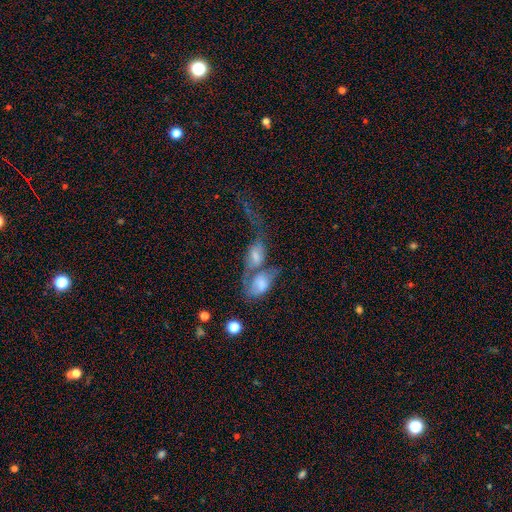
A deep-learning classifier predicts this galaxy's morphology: Smooth or featured? smooth (48%)
Merging? merger (74%)